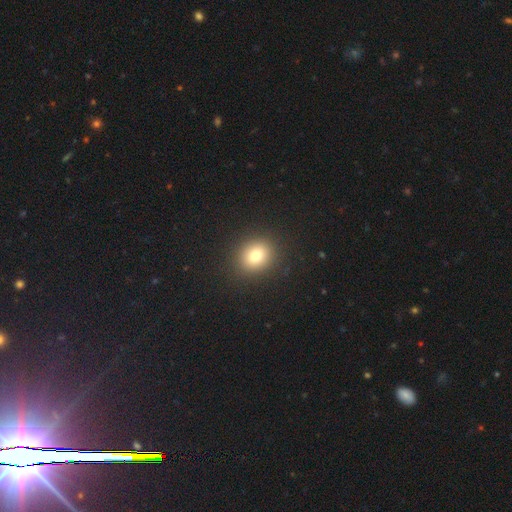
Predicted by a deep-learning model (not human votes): This appears to be a smooth galaxy with no disk features (78%) that is round (70%). Merging: none (90%).